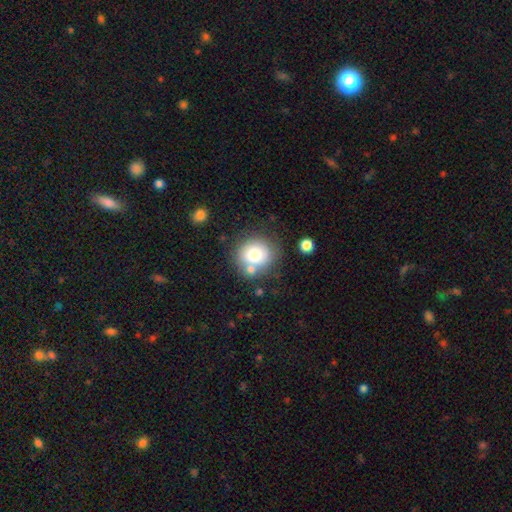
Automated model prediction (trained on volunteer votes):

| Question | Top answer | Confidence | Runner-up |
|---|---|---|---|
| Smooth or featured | smooth | 75% | featured or disk (16%) |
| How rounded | round | 83% | in between (16%) |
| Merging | none | 62% | merger (19%) |